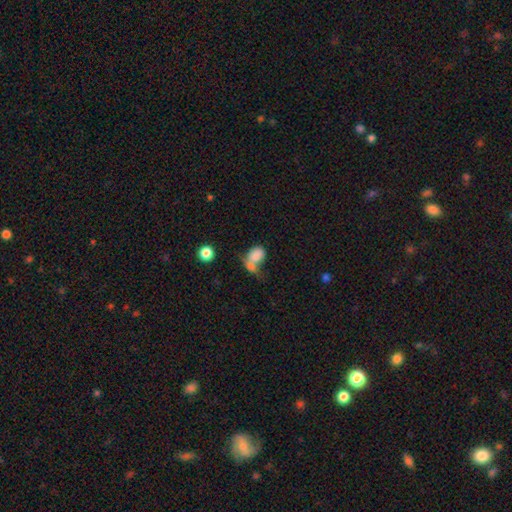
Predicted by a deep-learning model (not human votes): Smooth or featured?
  - smooth: 78% *
  - featured or disk: 13%
  - star or artifact: 9%
How rounded?
  - in between: 71% *
  - round: 28%
  - cigar-shaped: 1%
Merging?
  - merger: 57% *
  - none: 20%
  - major disturbance: 13%
  - minor disturbance: 11%